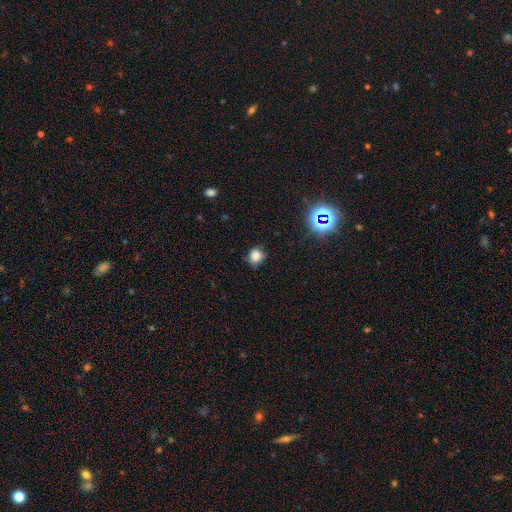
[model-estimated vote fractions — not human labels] Smooth or featured? Predicted: smooth (p=0.79). How rounded? Predicted: round (p=0.77). Merging? Predicted: none (p=0.74).